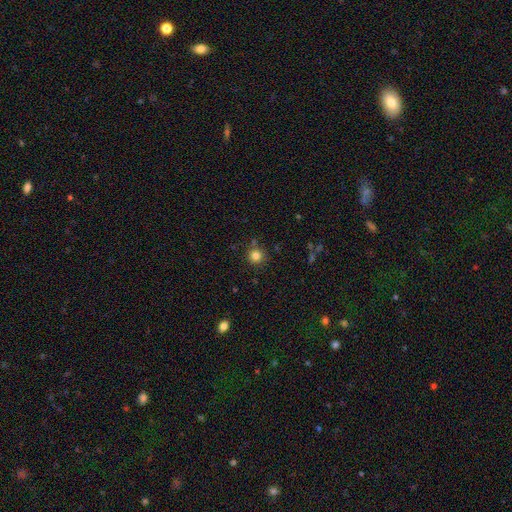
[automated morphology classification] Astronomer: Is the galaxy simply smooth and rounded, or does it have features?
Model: smooth — 82%.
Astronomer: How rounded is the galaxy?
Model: round — 94%.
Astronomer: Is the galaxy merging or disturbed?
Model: none — 84%.